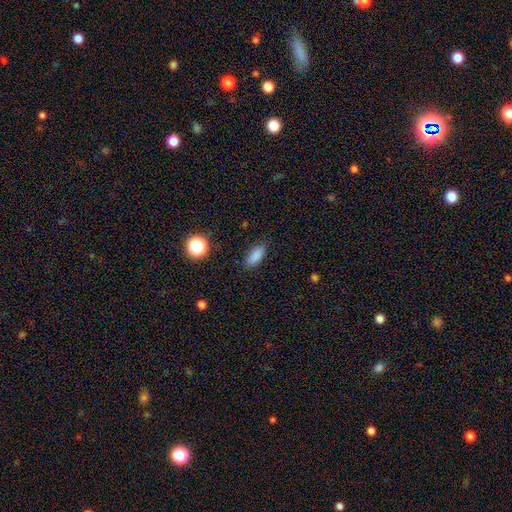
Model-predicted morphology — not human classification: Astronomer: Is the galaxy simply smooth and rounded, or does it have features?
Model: smooth — 85%.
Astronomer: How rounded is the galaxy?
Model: in between — 79%.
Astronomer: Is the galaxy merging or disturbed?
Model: none — 83%.